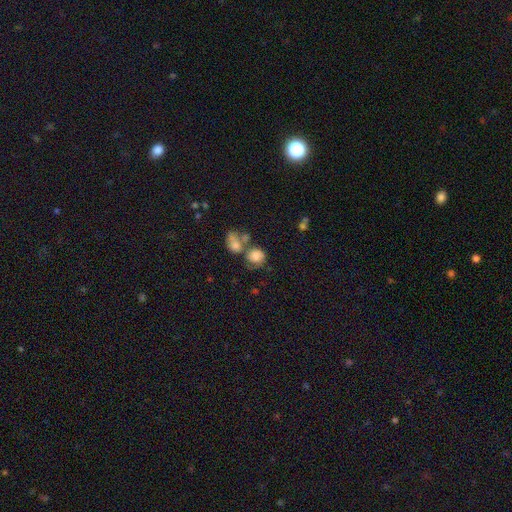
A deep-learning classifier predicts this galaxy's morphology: This is likely a smooth galaxy (72%). How rounded: likely round (67%). Merging: marginally merger (44%).